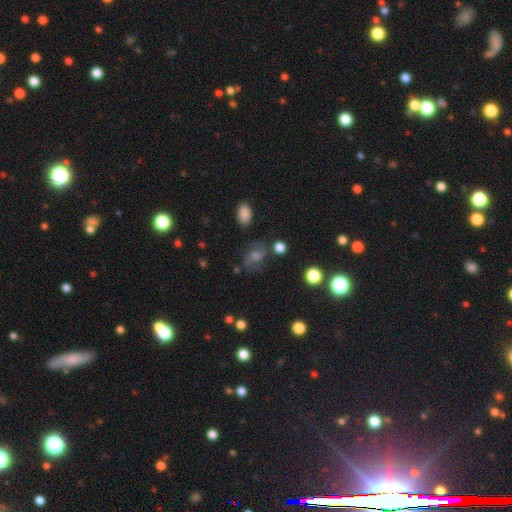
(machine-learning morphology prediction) A featured or disk galaxy (38%). Merging: none (68%).